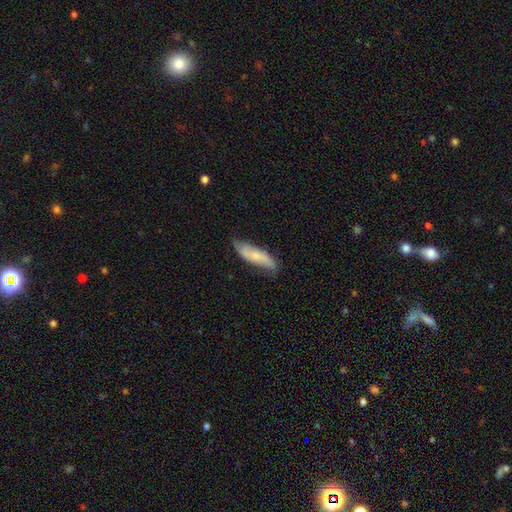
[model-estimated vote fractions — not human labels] smooth-or-featured: smooth: 52% | featured or disk: 42% | star or artifact: 6%
  how-rounded: cigar-shaped: 53% | in between: 44% | round: 2%
  merging: none: 72% | minor disturbance: 23% | major disturbance: 4% | merger: 1%